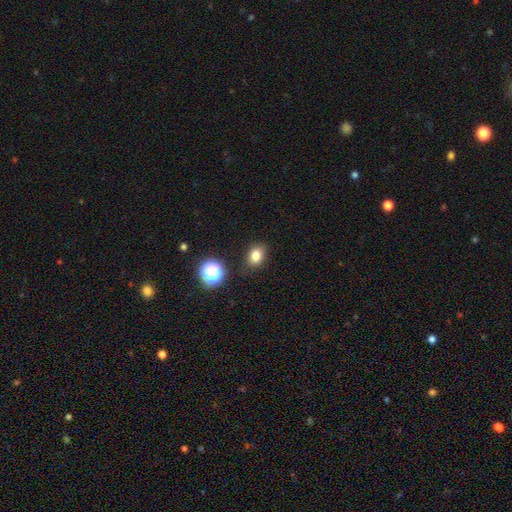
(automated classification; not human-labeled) The model was most divided on "how rounded": in between: 58%, round: 41%, cigar-shaped: 1%. More confident: merging — none (83%); smooth or featured — smooth (79%).